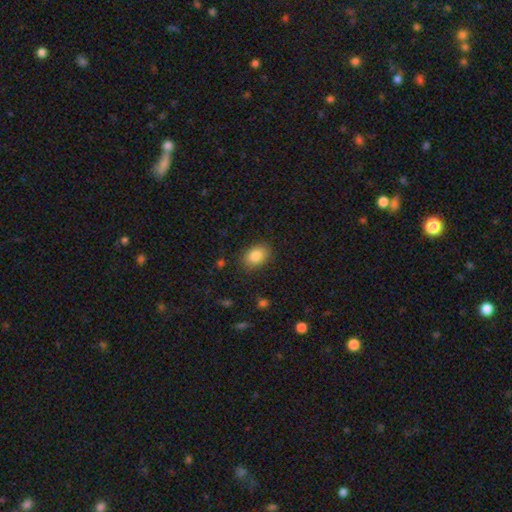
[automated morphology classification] This is clearly a smooth galaxy (86%). How rounded: clearly in between (84%). Merging: clearly none (86%).